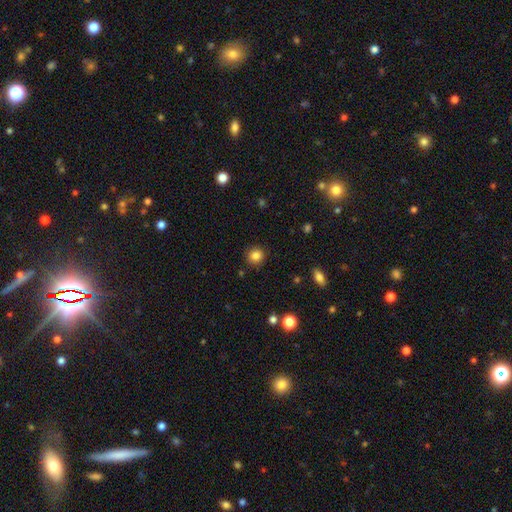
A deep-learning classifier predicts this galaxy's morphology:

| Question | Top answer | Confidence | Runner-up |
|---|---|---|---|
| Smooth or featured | smooth | 84% | star or artifact (11%) |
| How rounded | round | 88% | in between (11%) |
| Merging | none | 90% | minor disturbance (7%) |